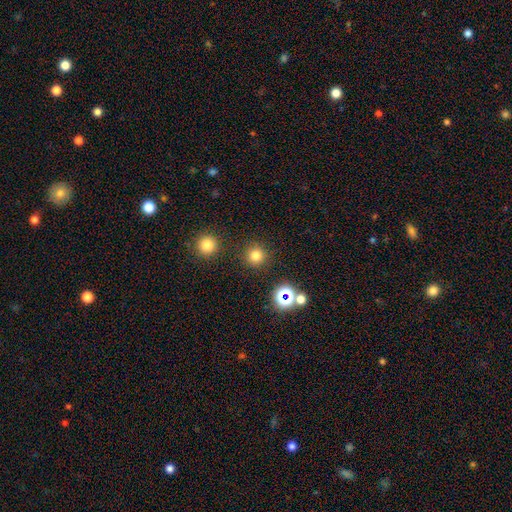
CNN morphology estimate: A smooth galaxy with no disk features (76%) that is round (95%). Merging: none (88%).